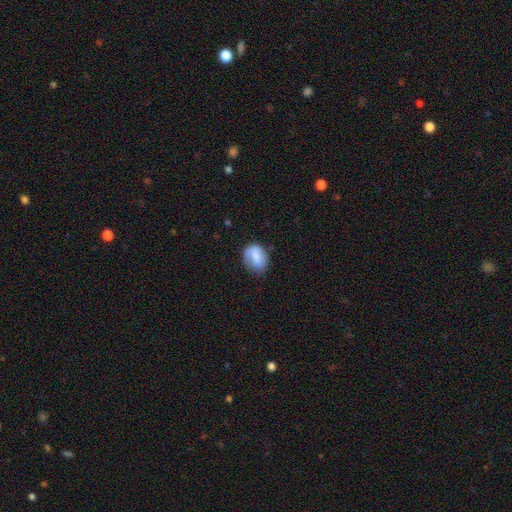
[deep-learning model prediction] Overall: smooth (69%). How rounded: in between (60%; round 39%). Merging: none (60%; minor disturbance 28%).